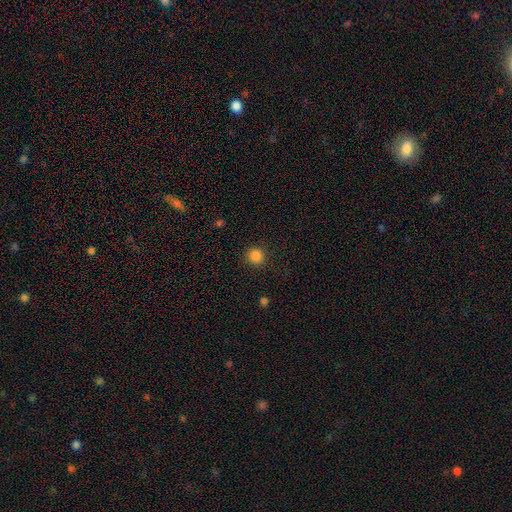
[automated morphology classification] A smooth galaxy with no disk features (86%) that is round (92%).

Vote fractions:
- Smooth or featured? smooth: 86% / star or artifact: 11% / featured or disk: 3%
- How rounded? round: 92% / in between: 7% / cigar-shaped: 1%
- Merging? none: 90% / minor disturbance: 7% / major disturbance: 3% / merger: 1%